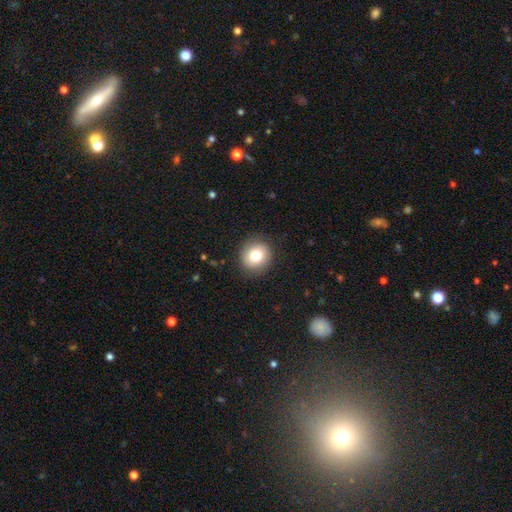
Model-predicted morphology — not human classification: smooth 78%, featured or disk 12%, star or artifact 10%. Down the decision tree: how rounded — round (84%); merging — none (88%).